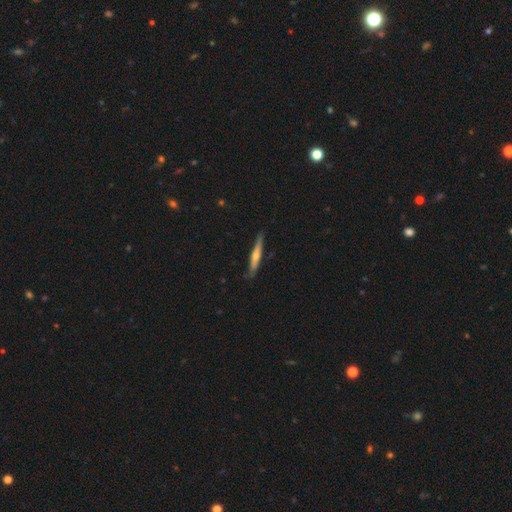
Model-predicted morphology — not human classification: This appears to be a featured or disk galaxy (50%). Merging: none (80%).